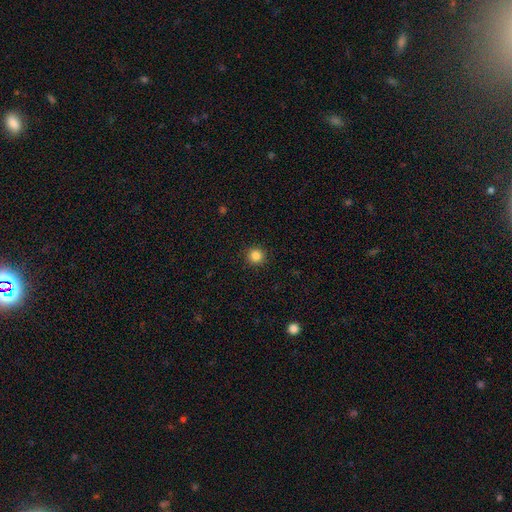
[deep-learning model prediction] This appears to be a smooth galaxy with no disk features (85%) that is round (95%). Merging: none (91%).